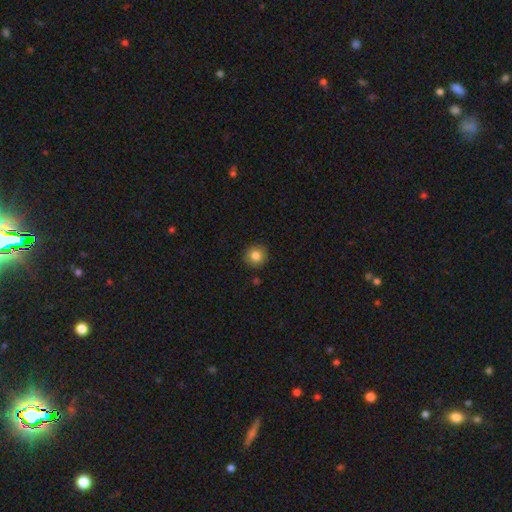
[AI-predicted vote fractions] Smooth or featured: smooth — 83% (star or artifact — 10%)
How rounded: round — 93% (in between — 6%)
Merging: none — 91% (minor disturbance — 6%)